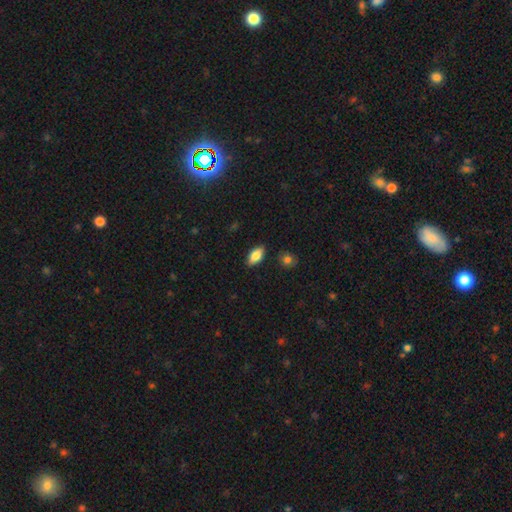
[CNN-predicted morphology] smooth_or_featured: smooth (p=0.82) [alt: featured or disk p=0.11]
how_rounded: in between (p=0.90) [alt: cigar-shaped p=0.07]
merging: none (p=0.87) [alt: minor disturbance p=0.09]